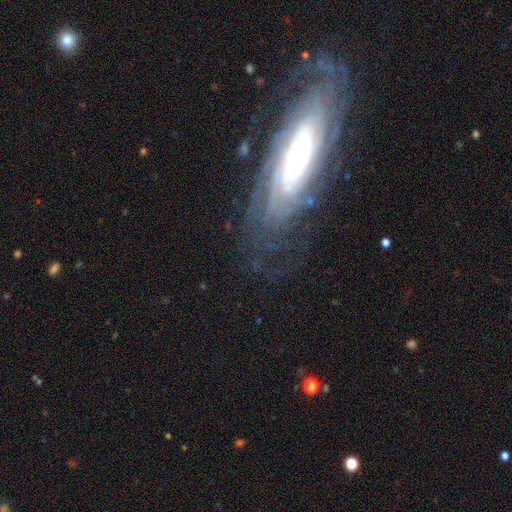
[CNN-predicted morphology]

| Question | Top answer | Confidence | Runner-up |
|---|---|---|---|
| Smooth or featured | featured or disk | 79% | smooth (13%) |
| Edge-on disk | no | 83% | yes (17%) |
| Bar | no | 58% | weak (27%) |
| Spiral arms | yes | 92% | no (8%) |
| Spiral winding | tight | 74% | medium (21%) |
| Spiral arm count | can't tell | 55% | 2 (13%) |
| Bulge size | moderate | 34% | large (33%) |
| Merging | none | 76% | minor disturbance (15%) |